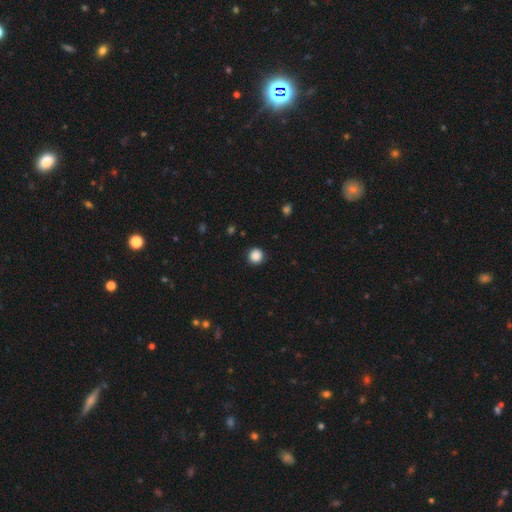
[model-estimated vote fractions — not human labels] A smooth galaxy with no disk features (87%) that is round (94%).

Vote fractions:
- Smooth or featured? smooth: 87% / star or artifact: 10% / featured or disk: 3%
- How rounded? round: 94% / in between: 5% / cigar-shaped: 1%
- Merging? none: 91% / minor disturbance: 6% / major disturbance: 2% / merger: 1%